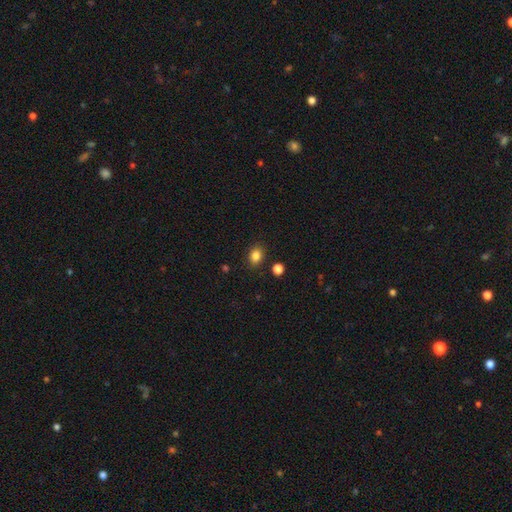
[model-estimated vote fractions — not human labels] Smooth or featured: smooth — 84% (star or artifact — 11%)
How rounded: in between — 61% (round — 38%)
Merging: none — 85% (minor disturbance — 10%)